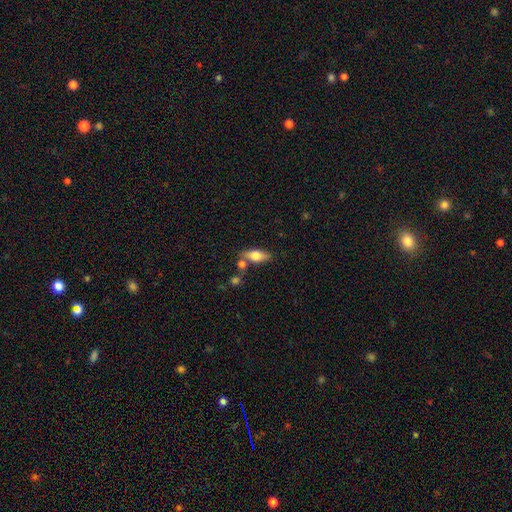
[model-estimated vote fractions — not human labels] The model was most divided on "smooth or featured": smooth: 65%, featured or disk: 28%, star or artifact: 7%. More confident: how rounded — in between (75%); merging — none (70%).